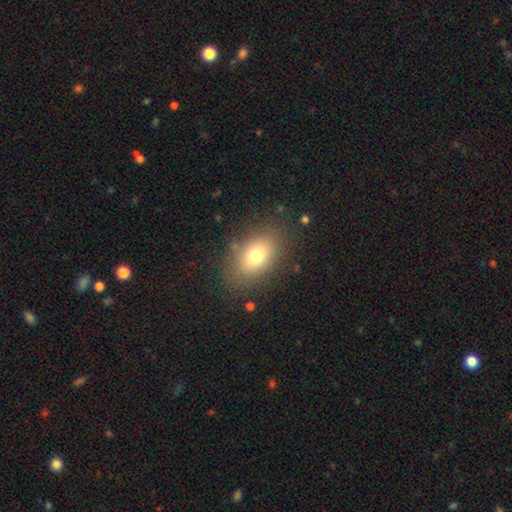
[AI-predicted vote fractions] smooth 74%, featured or disk 15%, star or artifact 11%. Down the decision tree: how rounded — in between (82%); merging — none (83%).